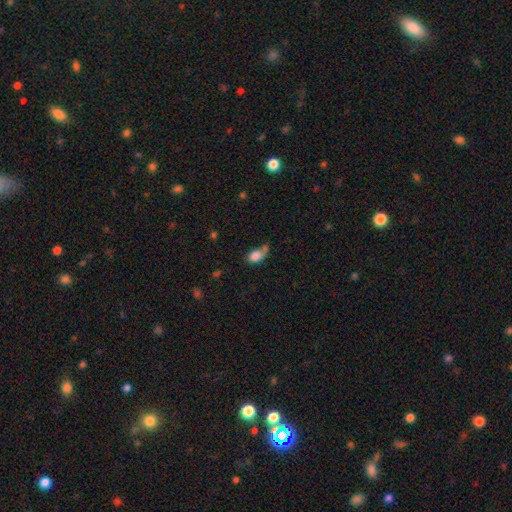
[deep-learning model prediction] smooth-or-featured: smooth: 81% | featured or disk: 9% | star or artifact: 9%
  how-rounded: in between: 79% | round: 19% | cigar-shaped: 2%
  merging: none: 35% | minor disturbance: 24% | merger: 24% | major disturbance: 18%